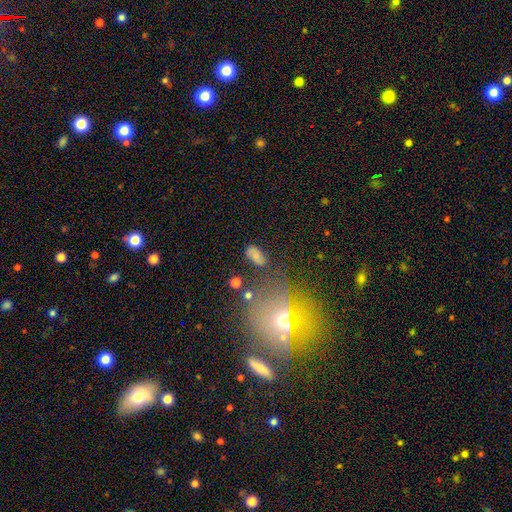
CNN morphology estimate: This appears to be a smooth galaxy with no disk features (64%) that is in between round and cigar-shaped (90%). Merging: none (62%).